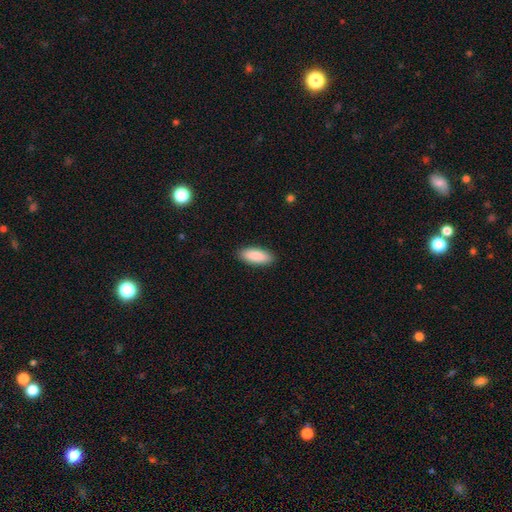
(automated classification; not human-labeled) A smooth galaxy with no disk features (90%) that is in between round and cigar-shaped (80%).

Vote fractions:
- Smooth or featured? smooth: 90% / star or artifact: 5% / featured or disk: 5%
- How rounded? in between: 80% / cigar-shaped: 18% / round: 2%
- Merging? none: 90% / minor disturbance: 7% / major disturbance: 2% / merger: 1%